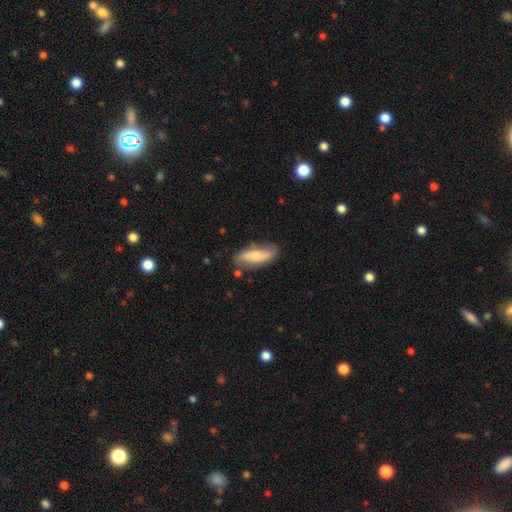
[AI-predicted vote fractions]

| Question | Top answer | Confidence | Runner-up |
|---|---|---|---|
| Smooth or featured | smooth | 53% | featured or disk (41%) |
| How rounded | in between | 57% | cigar-shaped (40%) |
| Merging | none | 75% | minor disturbance (18%) |